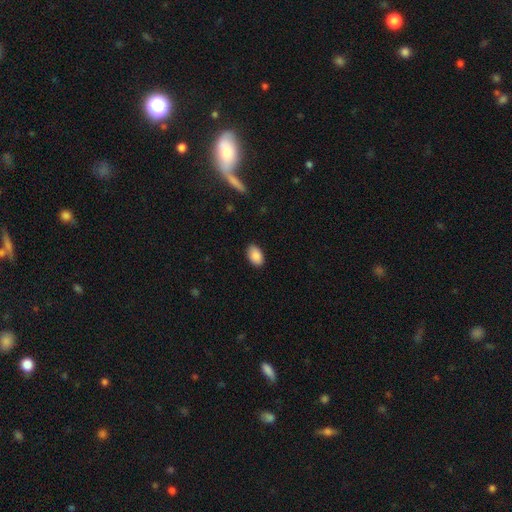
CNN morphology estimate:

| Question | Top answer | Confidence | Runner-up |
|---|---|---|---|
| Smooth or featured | smooth | 89% | star or artifact (7%) |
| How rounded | in between | 91% | round (8%) |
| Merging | none | 88% | minor disturbance (9%) |